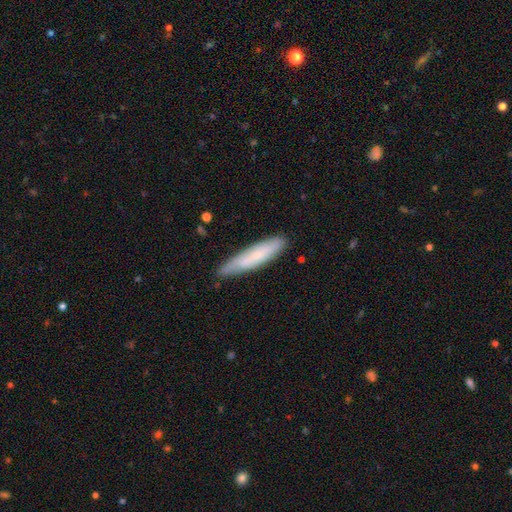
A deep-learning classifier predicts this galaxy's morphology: The model was most divided on "smooth or featured": smooth: 64%, featured or disk: 29%, star or artifact: 6%. More confident: how rounded — cigar-shaped (83%); merging — none (78%).